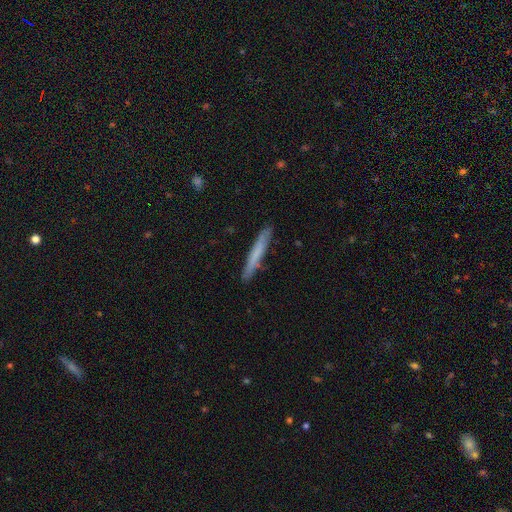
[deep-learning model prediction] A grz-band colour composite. It shows a smooth galaxy with no disk features (67%) that is cigar-shaped (96%). Merging: none (89%).